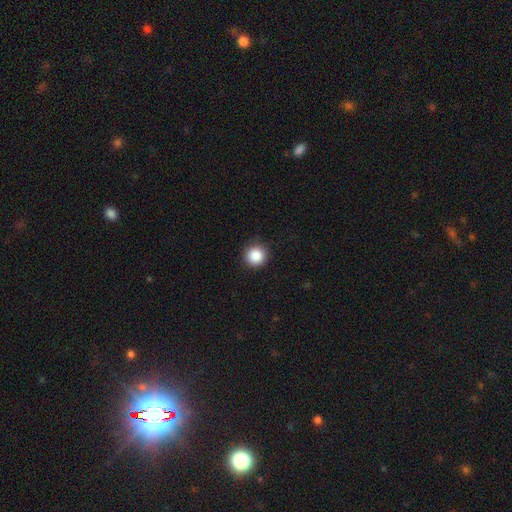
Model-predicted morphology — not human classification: Q: Smooth or featured?
A: smooth (87%); runner-up: star or artifact (10%)
Q: How rounded?
A: round (96%); runner-up: in between (3%)
Q: Merging?
A: none (91%); runner-up: minor disturbance (6%)